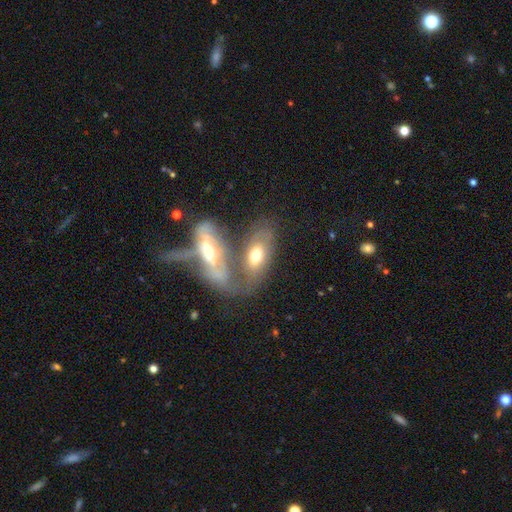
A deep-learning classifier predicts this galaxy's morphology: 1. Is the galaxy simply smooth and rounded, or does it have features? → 48% smooth, 45% featured or disk, 7% star or artifact.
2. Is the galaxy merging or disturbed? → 52% merger, 27% none, 12% minor disturbance, 9% major disturbance.